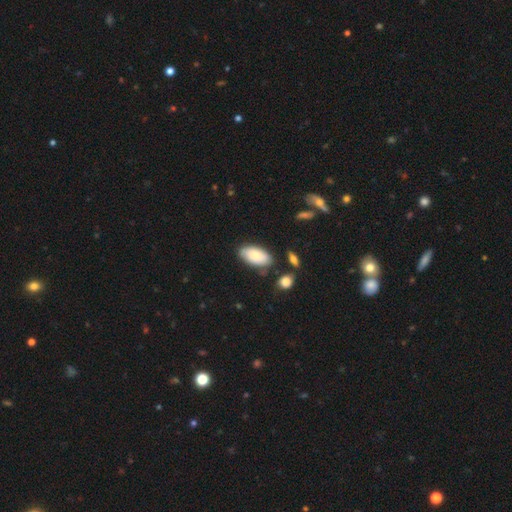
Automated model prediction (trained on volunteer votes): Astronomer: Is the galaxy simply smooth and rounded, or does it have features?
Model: smooth — 81%.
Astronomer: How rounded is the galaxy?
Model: in between — 94%.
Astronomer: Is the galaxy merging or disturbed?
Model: none — 77%.